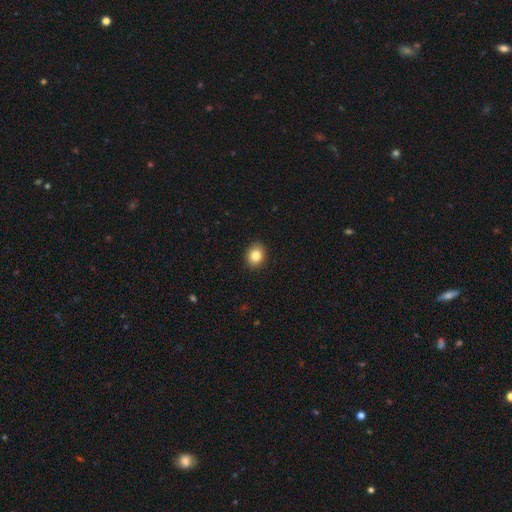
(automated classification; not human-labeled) smooth 84%, star or artifact 9%, featured or disk 6%. Down the decision tree: how rounded — round (52%); merging — none (90%).